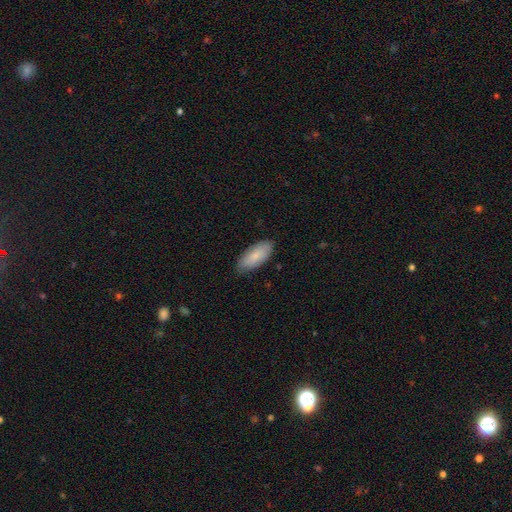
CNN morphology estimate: smooth 82%, featured or disk 13%, star or artifact 5%. Down the decision tree: how rounded — in between (86%); merging — none (81%).